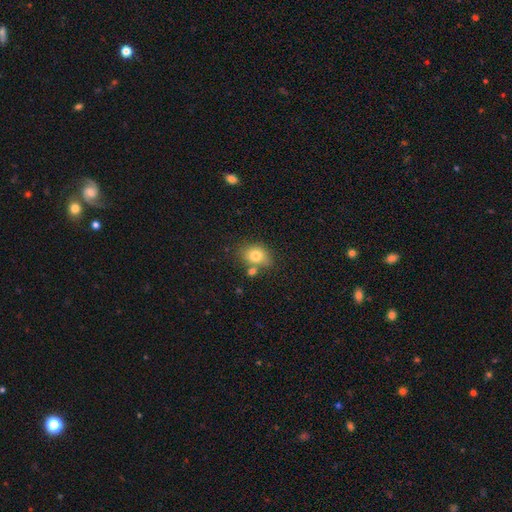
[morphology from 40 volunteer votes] This appears to be a smooth galaxy with no disk features (78%) that is in between round and cigar-shaped (68%). Merging: none (77%).